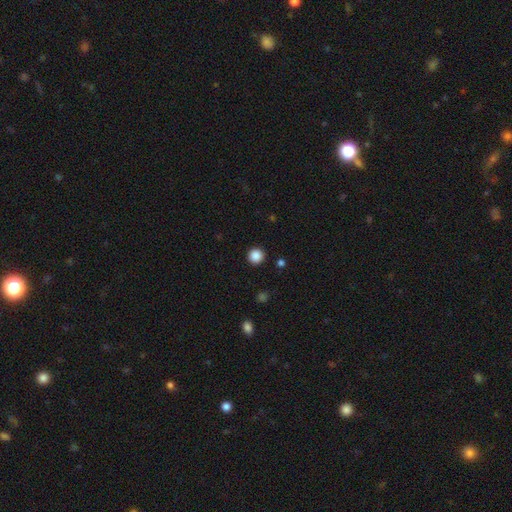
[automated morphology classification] The model was most divided on "smooth or featured": smooth: 87%, star or artifact: 10%, featured or disk: 3%. More confident: how rounded — round (96%); merging — none (93%).